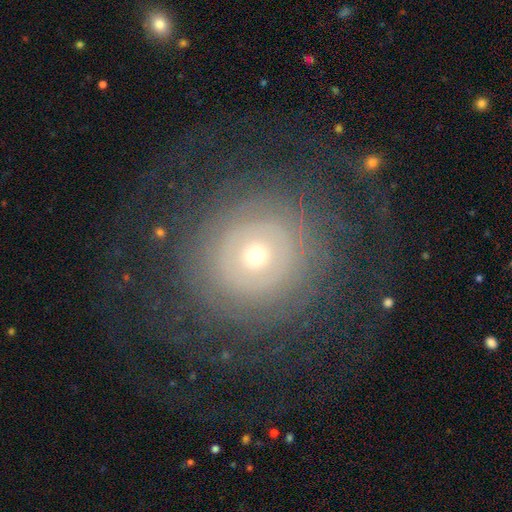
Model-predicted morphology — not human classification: smooth-or-featured: featured or disk: 66% | smooth: 24% | star or artifact: 10%
  disk-edge-on: no: 97% | yes: 3%
    bar: no: 87% | weak: 9% | strong: 4%
    has-spiral-arms: yes: 64% | no: 36%
    bulge-size: small: 64% | moderate: 30% | large: 3% | dominant: 2% | none: 1%
  merging: none: 79% | major disturbance: 11% | minor disturbance: 9% | merger: 1%